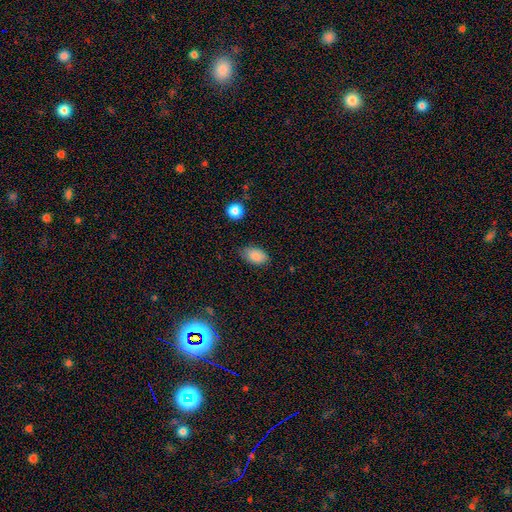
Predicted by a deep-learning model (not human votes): smooth_or_featured: smooth (p=0.87) [alt: star or artifact p=0.08]
how_rounded: in between (p=0.90) [alt: round p=0.08]
merging: none (p=0.74) [alt: minor disturbance p=0.20]